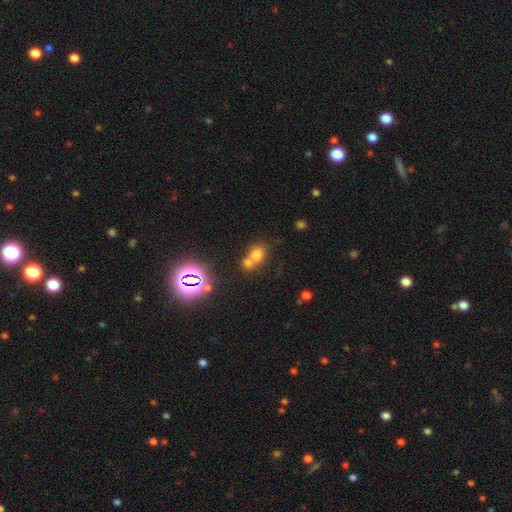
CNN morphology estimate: This appears to be a smooth galaxy with no disk features (60%) that is round (65%). Merging: merger (48%).